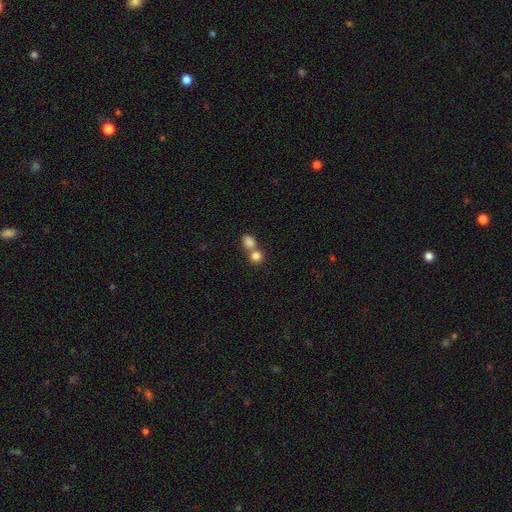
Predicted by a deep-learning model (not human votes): Smooth or featured?
  - smooth: 82% *
  - star or artifact: 10%
  - featured or disk: 8%
How rounded?
  - round: 78% *
  - in between: 20%
  - cigar-shaped: 1%
Merging?
  - merger: 53% *
  - none: 39%
  - minor disturbance: 6%
  - major disturbance: 3%